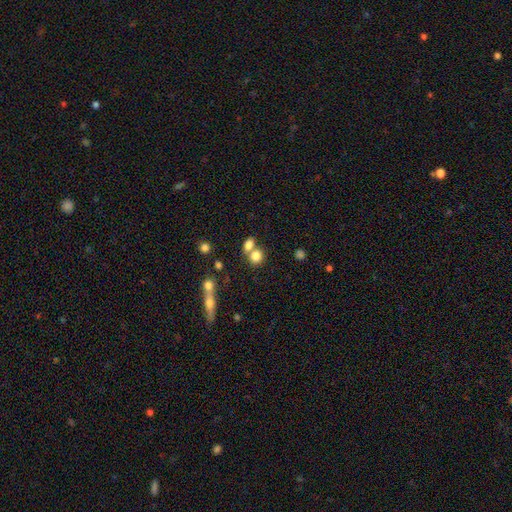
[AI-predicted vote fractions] Smooth or featured?
  - smooth: 79% *
  - star or artifact: 11%
  - featured or disk: 10%
How rounded?
  - round: 67% *
  - in between: 31%
  - cigar-shaped: 2%
Merging?
  - merger: 45% *
  - none: 43%
  - minor disturbance: 8%
  - major disturbance: 4%